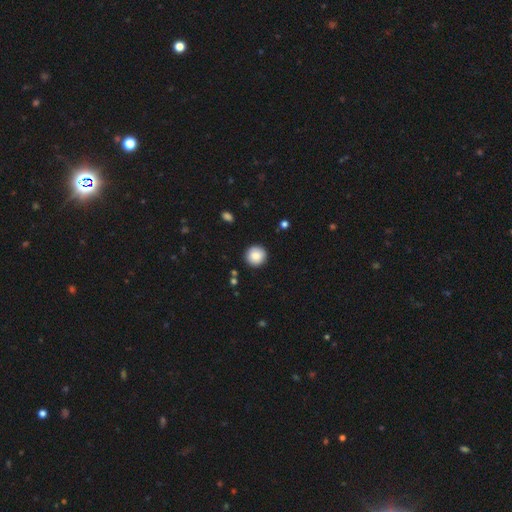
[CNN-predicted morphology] Smooth or featured? smooth (85%)
How rounded? round (95%)
Merging? none (91%)